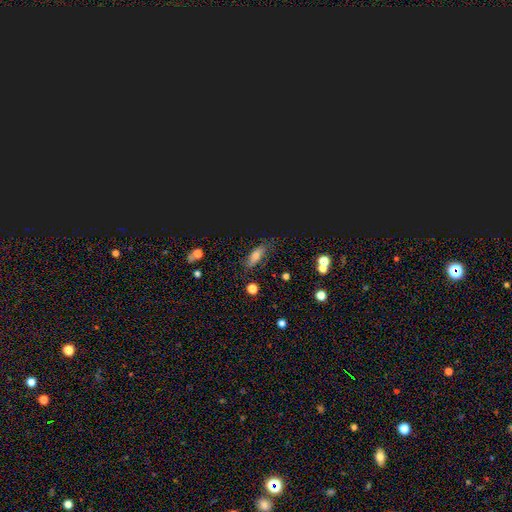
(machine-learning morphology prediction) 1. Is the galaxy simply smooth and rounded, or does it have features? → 60% smooth, 23% star or artifact, 17% featured or disk.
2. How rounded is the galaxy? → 64% in between, 30% cigar-shaped, 6% round.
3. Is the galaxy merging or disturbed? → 77% none, 16% minor disturbance, 5% major disturbance, 2% merger.